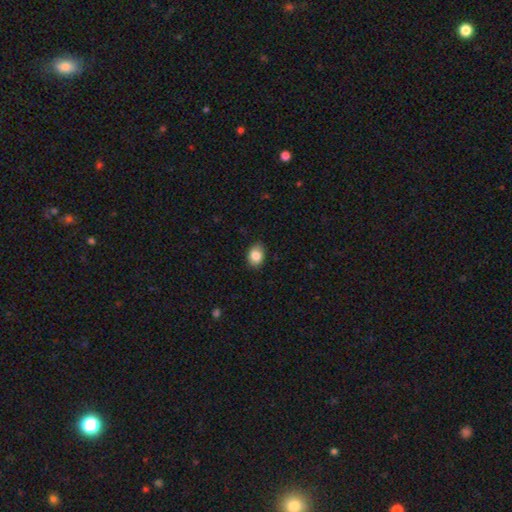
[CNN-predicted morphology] Smooth or featured? smooth (85%)
How rounded? in between (69%)
Merging? none (85%)